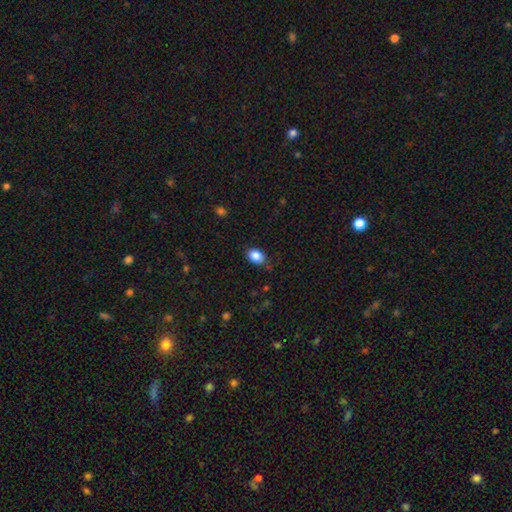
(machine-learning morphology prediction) A smooth galaxy with no disk features (87%) that is in between round and cigar-shaped (79%).

Vote fractions:
- Smooth or featured? smooth: 87% / star or artifact: 8% / featured or disk: 4%
- How rounded? in between: 79% / round: 20% / cigar-shaped: 1%
- Merging? none: 82% / minor disturbance: 14% / major disturbance: 3% / merger: 1%